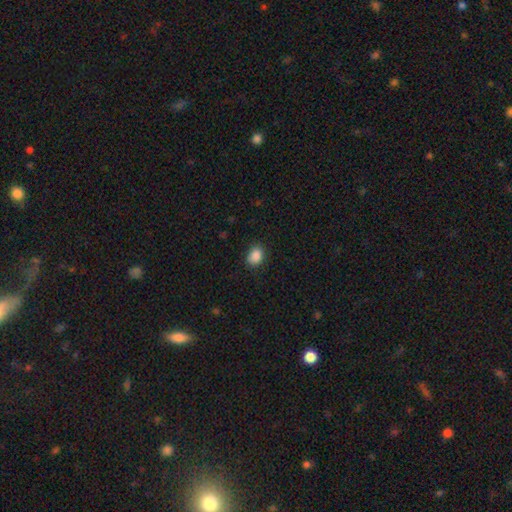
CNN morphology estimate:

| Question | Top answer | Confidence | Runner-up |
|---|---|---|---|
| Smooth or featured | smooth | 87% | star or artifact (9%) |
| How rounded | in between | 55% | round (44%) |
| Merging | none | 82% | minor disturbance (14%) |